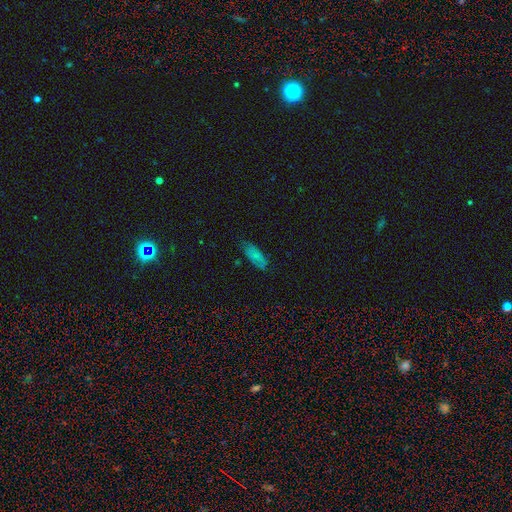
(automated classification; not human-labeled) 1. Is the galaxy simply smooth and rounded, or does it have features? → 69% smooth, 20% featured or disk, 10% star or artifact.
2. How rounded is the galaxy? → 81% in between, 17% cigar-shaped, 2% round.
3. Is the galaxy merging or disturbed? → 63% none, 28% minor disturbance, 7% major disturbance, 2% merger.